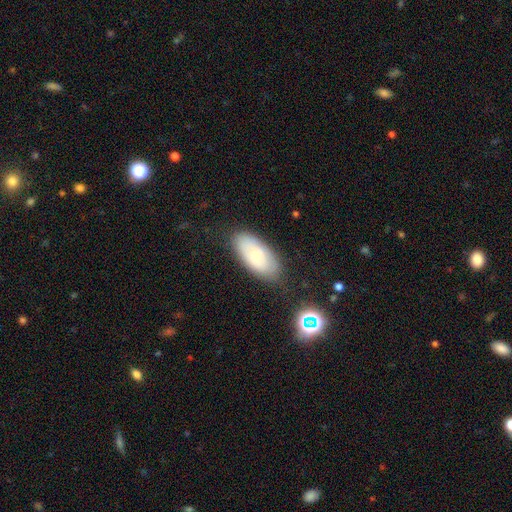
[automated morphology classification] smooth 60%, featured or disk 32%, star or artifact 8%. Down the decision tree: how rounded — in between (92%); merging — none (77%).